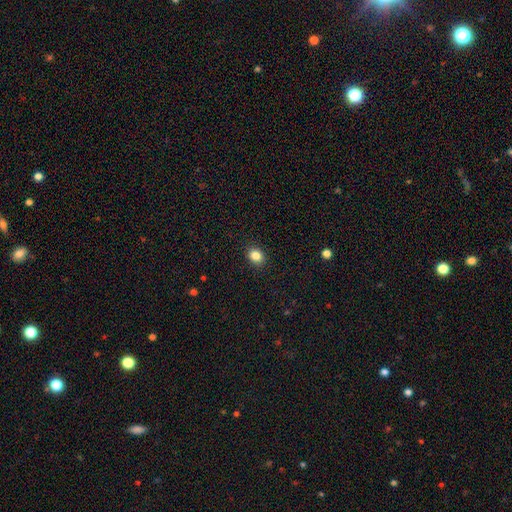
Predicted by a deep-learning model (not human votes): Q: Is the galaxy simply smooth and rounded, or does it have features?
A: smooth — 85%.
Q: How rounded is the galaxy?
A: round — 53%.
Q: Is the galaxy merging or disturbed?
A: none — 91%.